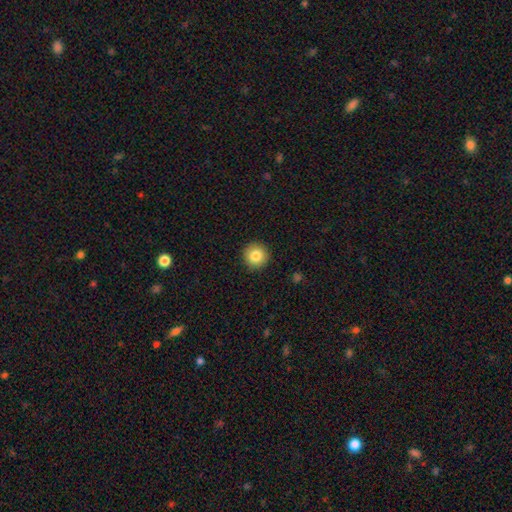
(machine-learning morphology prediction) Q: Smooth or featured?
A: smooth (84%); runner-up: star or artifact (9%)
Q: How rounded?
A: round (95%); runner-up: in between (4%)
Q: Merging?
A: none (92%); runner-up: minor disturbance (5%)